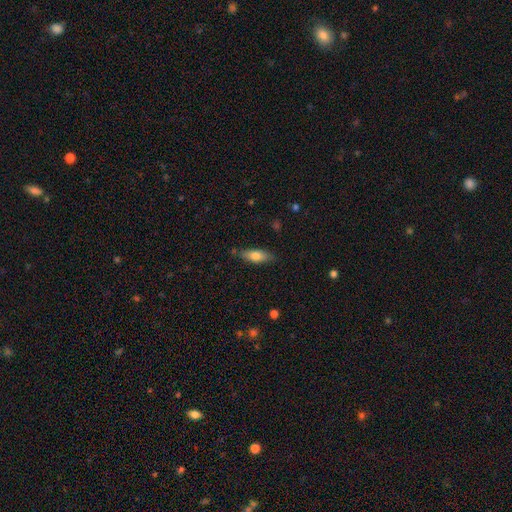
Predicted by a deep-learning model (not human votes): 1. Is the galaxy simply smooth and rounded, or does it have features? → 73% smooth, 20% featured or disk, 7% star or artifact.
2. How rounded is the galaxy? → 64% in between, 33% cigar-shaped, 3% round.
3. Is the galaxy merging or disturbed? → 82% none, 13% minor disturbance, 3% major disturbance, 2% merger.